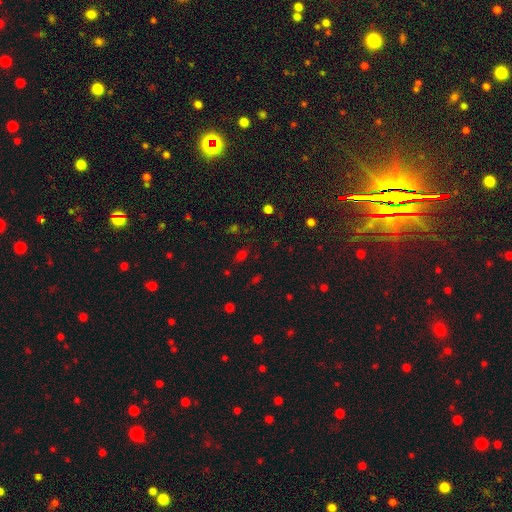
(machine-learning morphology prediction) Smooth or featured: smooth — 51% (star or artifact — 41%)
How rounded: in between — 67% (round — 28%)
Merging: none — 74% (minor disturbance — 15%)